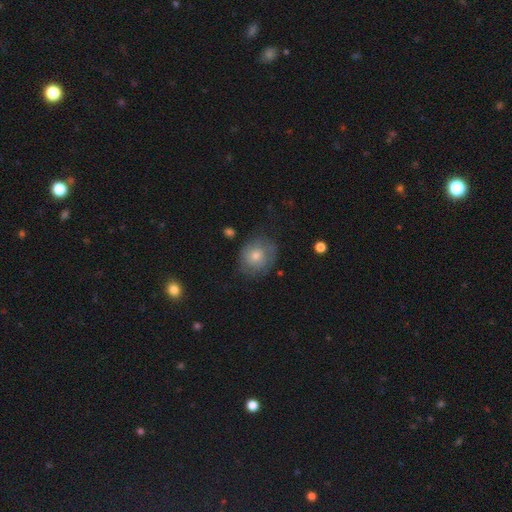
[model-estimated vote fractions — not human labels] Smooth or featured? smooth (52%)
How rounded? round (72%)
Merging? none (68%)